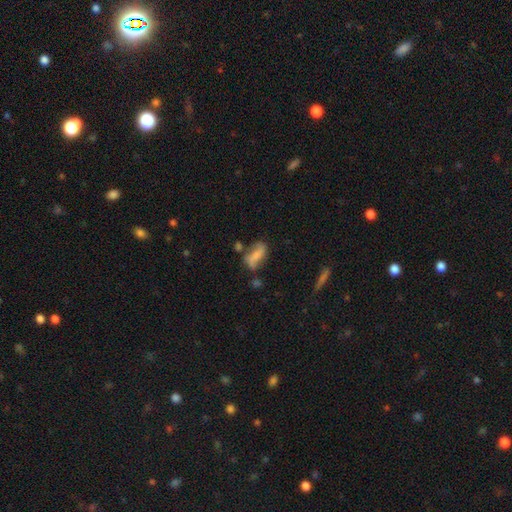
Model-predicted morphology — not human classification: Overall: smooth (51%; featured or disk 39%). How rounded: in between (77%). Merging: none (45%; minor disturbance 25%).